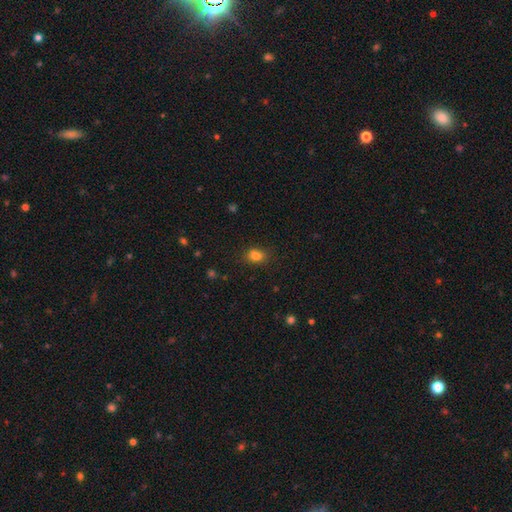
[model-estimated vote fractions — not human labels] smooth-or-featured: smooth: 82% | star or artifact: 12% | featured or disk: 5%
  how-rounded: in between: 54% | round: 45% | cigar-shaped: 1%
  merging: none: 80% | minor disturbance: 14% | major disturbance: 4% | merger: 2%